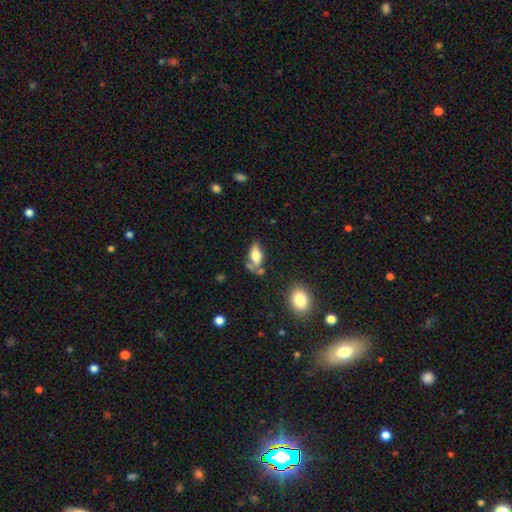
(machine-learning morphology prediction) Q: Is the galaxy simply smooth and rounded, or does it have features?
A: smooth — 64%.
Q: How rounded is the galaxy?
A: in between — 83%.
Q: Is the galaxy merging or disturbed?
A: none — 45%.